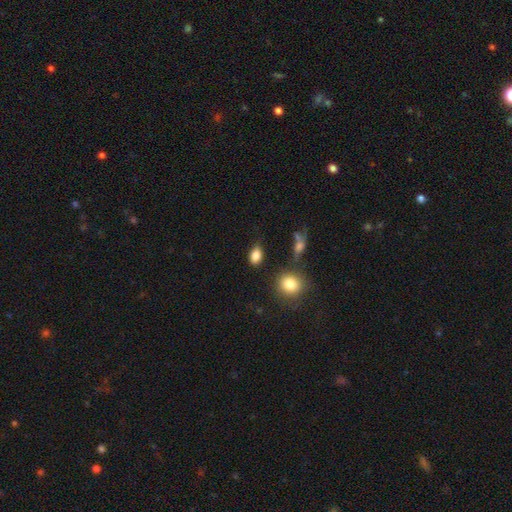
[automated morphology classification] Smooth or featured? smooth (84%)
How rounded? in between (79%)
Merging? none (72%)